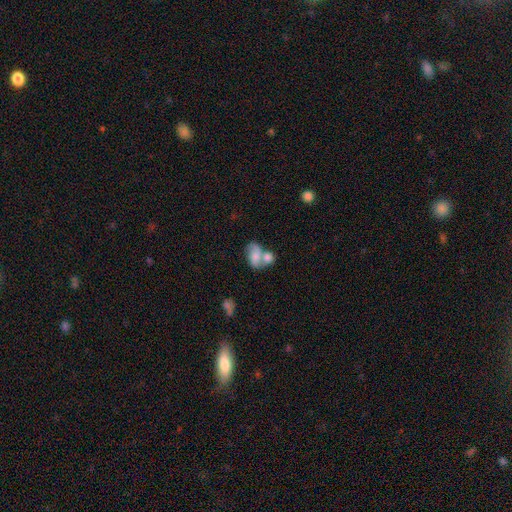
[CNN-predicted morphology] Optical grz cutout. It shows a smooth galaxy with no disk features (60%) that is in between round and cigar-shaped (82%). Merging: merger (64%).